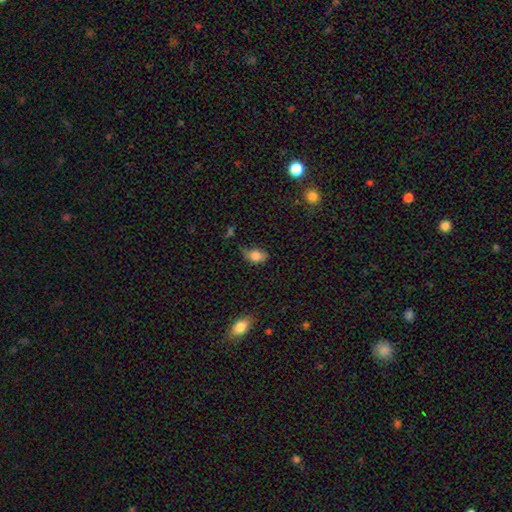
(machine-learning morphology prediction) A smooth galaxy with no disk features (80%) that is in between round and cigar-shaped (83%).

Vote fractions:
- Smooth or featured? smooth: 80% / featured or disk: 11% / star or artifact: 9%
- How rounded? in between: 83% / round: 15% / cigar-shaped: 2%
- Merging? none: 47% / minor disturbance: 37% / major disturbance: 12% / merger: 4%